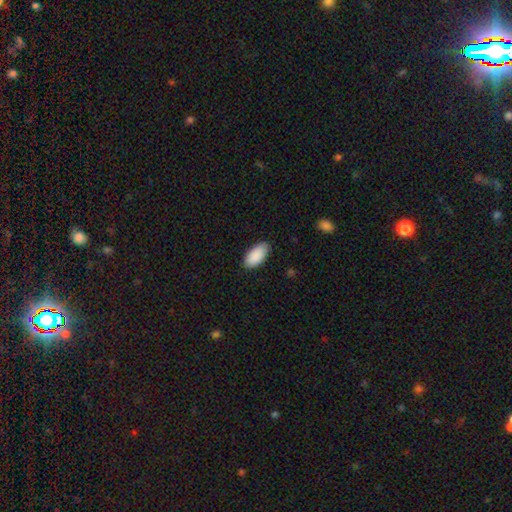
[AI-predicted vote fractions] Smooth or featured? smooth (91%)
How rounded? in between (95%)
Merging? none (86%)